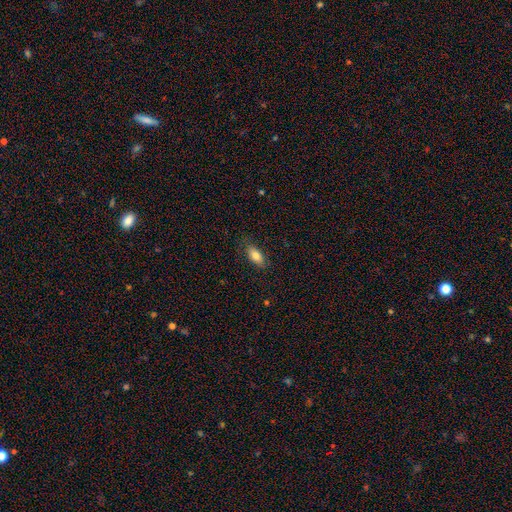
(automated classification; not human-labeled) Q: Smooth or featured?
A: smooth (81%); runner-up: featured or disk (12%)
Q: How rounded?
A: in between (85%); runner-up: cigar-shaped (12%)
Q: Merging?
A: none (84%); runner-up: minor disturbance (12%)